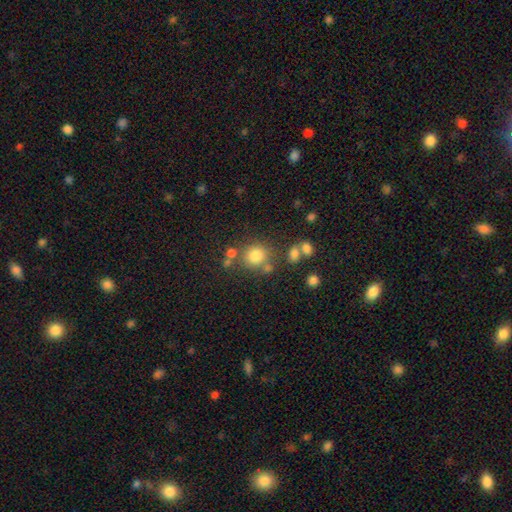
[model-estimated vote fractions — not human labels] Smooth or featured? smooth (77%)
How rounded? round (84%)
Merging? none (69%)